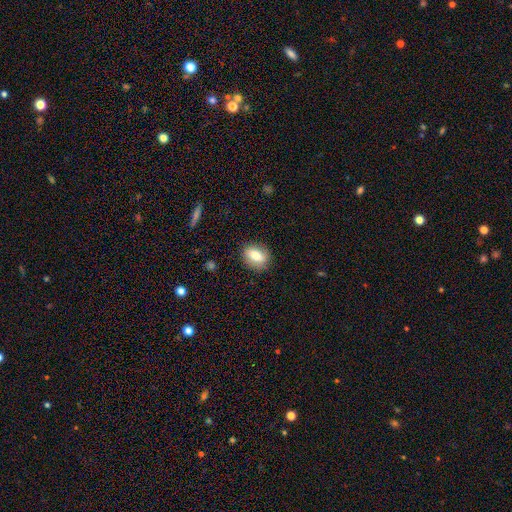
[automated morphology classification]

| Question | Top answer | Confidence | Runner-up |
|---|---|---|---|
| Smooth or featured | smooth | 77% | featured or disk (14%) |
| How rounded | in between | 69% | round (28%) |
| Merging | none | 84% | minor disturbance (12%) |